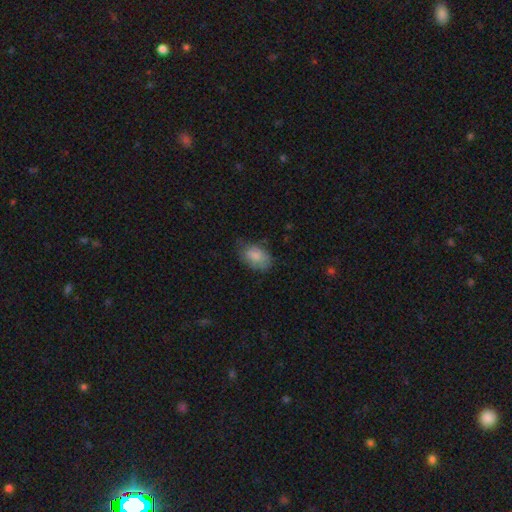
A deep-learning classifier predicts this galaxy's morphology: Overall: smooth (80%). How rounded: in between (86%). Merging: none (58%; minor disturbance 30%).